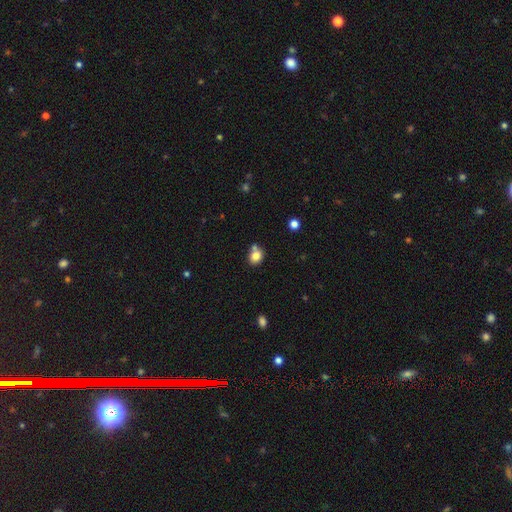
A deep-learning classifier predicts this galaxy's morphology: smooth 82%, star or artifact 11%, featured or disk 8%. Down the decision tree: how rounded — round (64%); merging — none (60%).